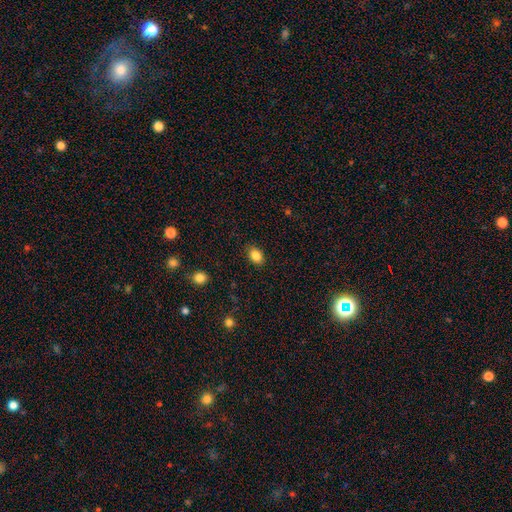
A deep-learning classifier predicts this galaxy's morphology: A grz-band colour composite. It shows a smooth galaxy with no disk features (86%) that is in between round and cigar-shaped (75%). Merging: none (87%).